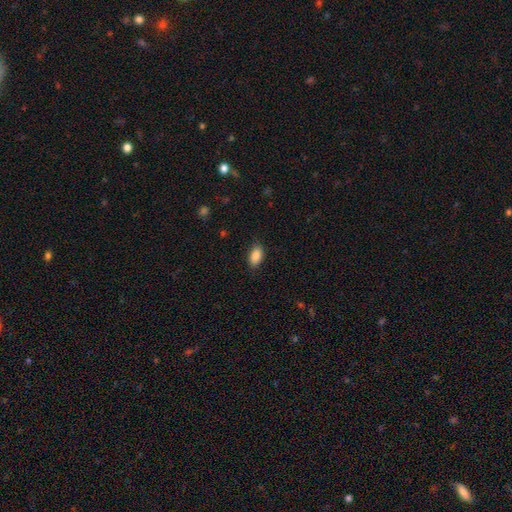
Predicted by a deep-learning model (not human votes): Smooth or featured? smooth (88%)
How rounded? in between (91%)
Merging? none (86%)